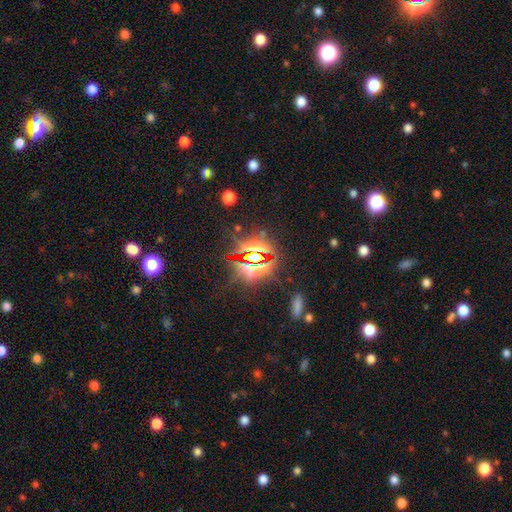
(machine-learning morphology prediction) A star or artifact, not a galaxy (81%).